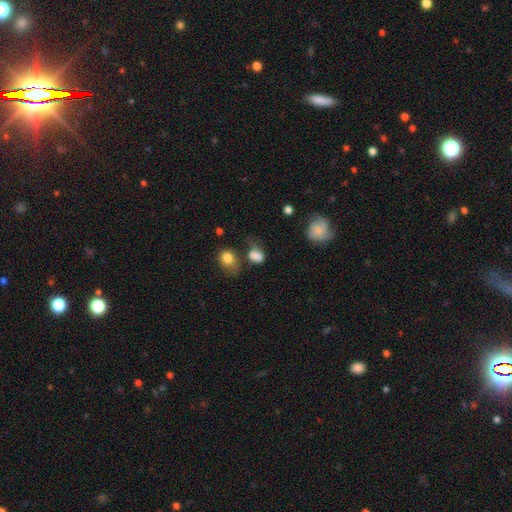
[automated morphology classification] This appears to be a smooth galaxy with no disk features (78%) that is in between round and cigar-shaped (67%). Merging: none (35%).